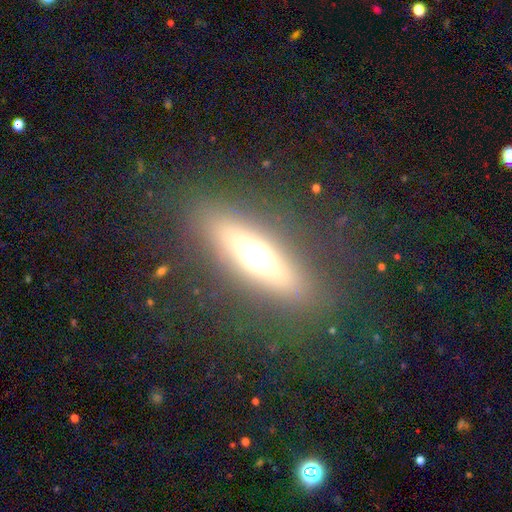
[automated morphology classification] smooth_or_featured: featured or disk (p=0.50) [alt: smooth p=0.36]
merging: none (p=0.84) [alt: minor disturbance p=0.09]